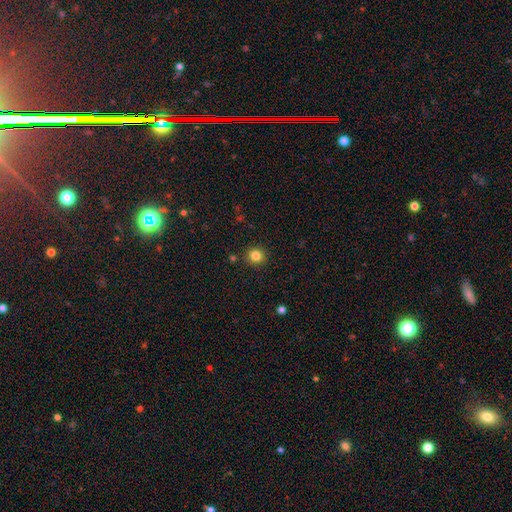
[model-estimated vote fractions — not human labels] smooth-or-featured: smooth: 83% | star or artifact: 12% | featured or disk: 5%
  how-rounded: round: 90% | in between: 9% | cigar-shaped: 1%
  merging: none: 90% | minor disturbance: 6% | merger: 2% | major disturbance: 2%